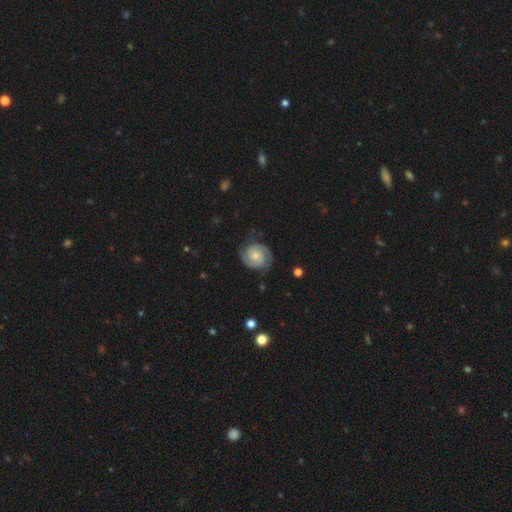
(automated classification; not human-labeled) featured or disk 69%, smooth 24%, star or artifact 7%. Down the decision tree: edge-on disk — no (98%); bar — no (73%); spiral arms — yes (92%); spiral arm count — 2 (75%); spiral winding — tight (57%); bulge size — small (54%); merging — none (73%).